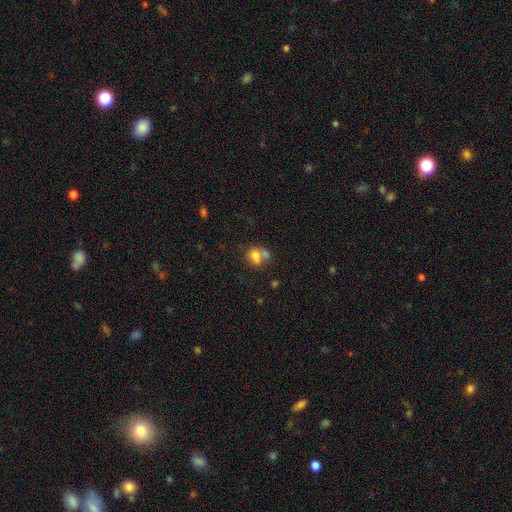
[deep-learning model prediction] Q: Smooth or featured?
A: smooth (72%); runner-up: featured or disk (16%)
Q: How rounded?
A: in between (53%); runner-up: round (46%)
Q: Merging?
A: merger (54%); runner-up: none (28%)